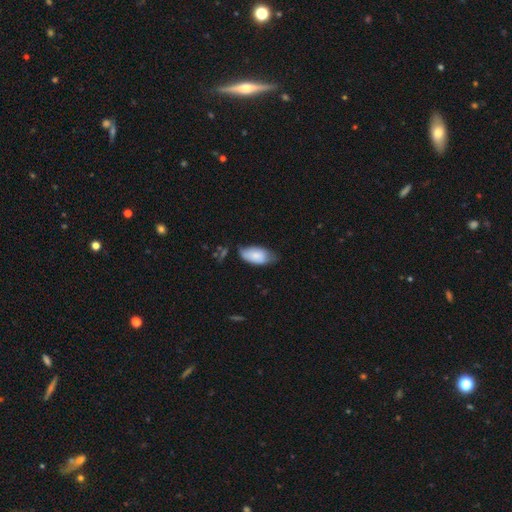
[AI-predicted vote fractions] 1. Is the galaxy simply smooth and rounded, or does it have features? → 81% smooth, 12% featured or disk, 6% star or artifact.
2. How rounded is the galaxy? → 94% in between, 4% cigar-shaped, 3% round.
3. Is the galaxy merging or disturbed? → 48% none, 41% minor disturbance, 9% major disturbance, 3% merger.